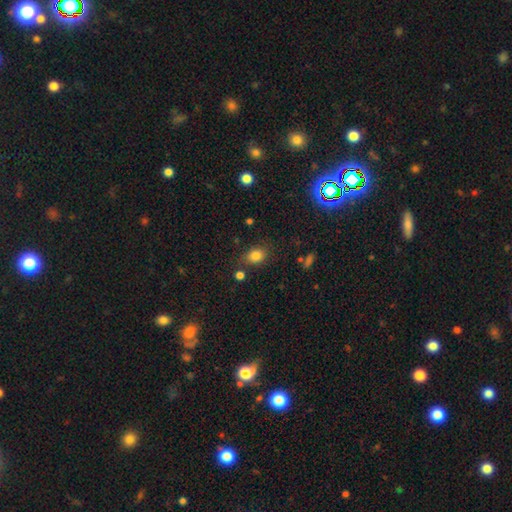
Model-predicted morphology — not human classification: smooth 82%, star or artifact 12%, featured or disk 7%. Down the decision tree: how rounded — in between (58%); merging — none (74%).